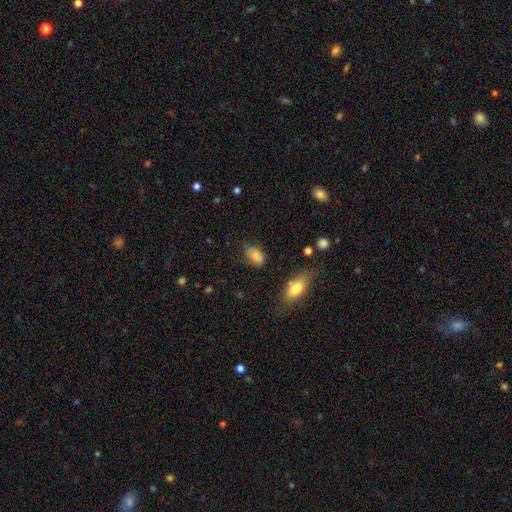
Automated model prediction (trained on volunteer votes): smooth-or-featured: smooth: 82% | star or artifact: 9% | featured or disk: 9%
  how-rounded: in between: 89% | round: 9% | cigar-shaped: 2%
  merging: none: 62% | minor disturbance: 27% | major disturbance: 7% | merger: 4%